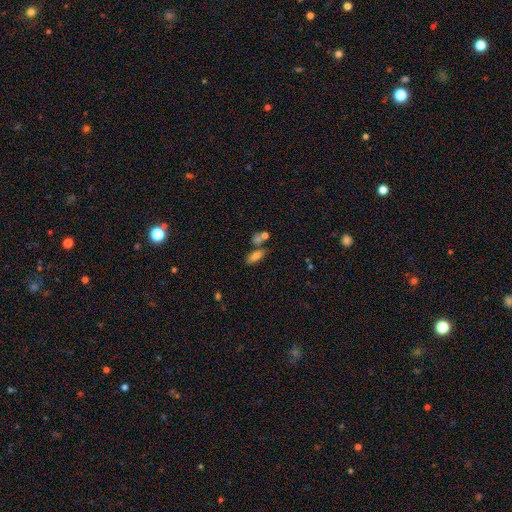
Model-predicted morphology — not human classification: Smooth or featured: smooth — 76% (featured or disk — 13%)
How rounded: in between — 70% (cigar-shaped — 26%)
Merging: none — 55% (merger — 25%)